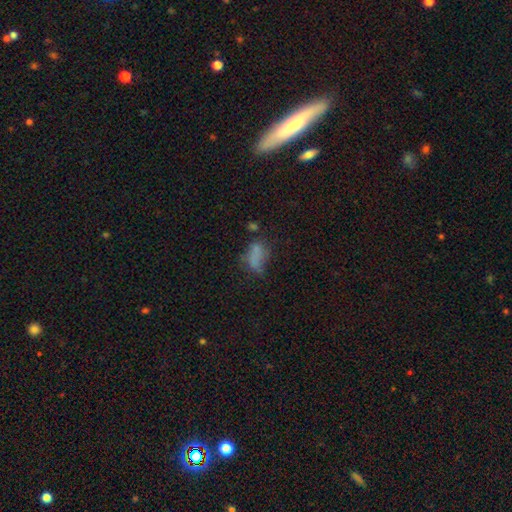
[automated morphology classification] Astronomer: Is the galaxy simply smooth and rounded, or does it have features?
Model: smooth — 61%.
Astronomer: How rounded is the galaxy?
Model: in between — 83%.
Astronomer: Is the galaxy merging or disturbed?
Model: none — 32% (runner-up: major disturbance, 30%).